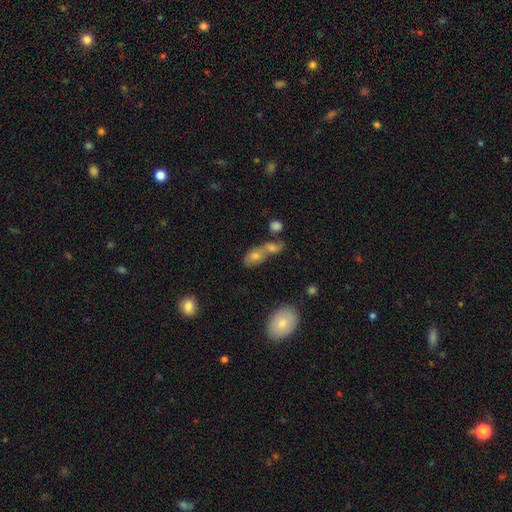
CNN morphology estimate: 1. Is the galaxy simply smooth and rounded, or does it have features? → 64% smooth, 21% featured or disk, 14% star or artifact.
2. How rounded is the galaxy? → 76% in between, 19% round, 5% cigar-shaped.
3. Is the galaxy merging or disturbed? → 54% merger, 30% none, 10% minor disturbance, 7% major disturbance.